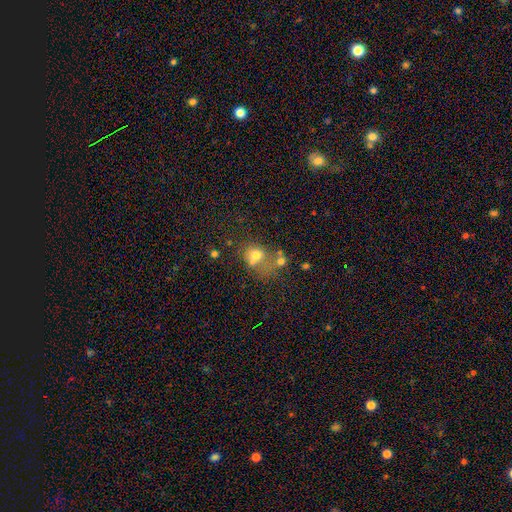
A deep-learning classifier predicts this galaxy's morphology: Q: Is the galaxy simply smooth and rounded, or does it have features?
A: smooth — 65%.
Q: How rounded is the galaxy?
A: round — 56%.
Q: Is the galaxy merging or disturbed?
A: merger — 44%.